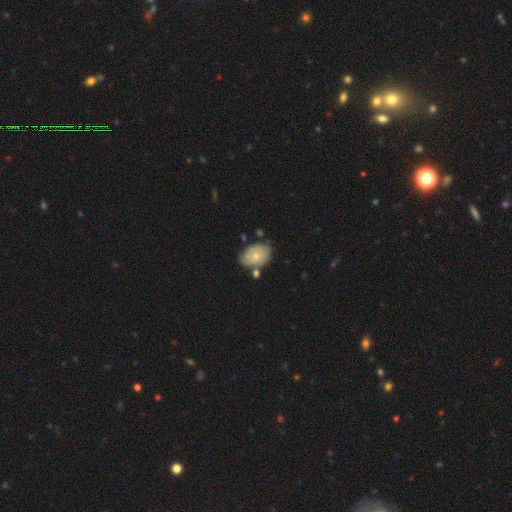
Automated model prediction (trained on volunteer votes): A smooth galaxy with no disk features (70%) that is in between round and cigar-shaped (86%).

Vote fractions:
- Smooth or featured? smooth: 70% / featured or disk: 23% / star or artifact: 7%
- How rounded? in between: 86% / round: 13% / cigar-shaped: 1%
- Merging? none: 63% / minor disturbance: 22% / merger: 10% / major disturbance: 5%